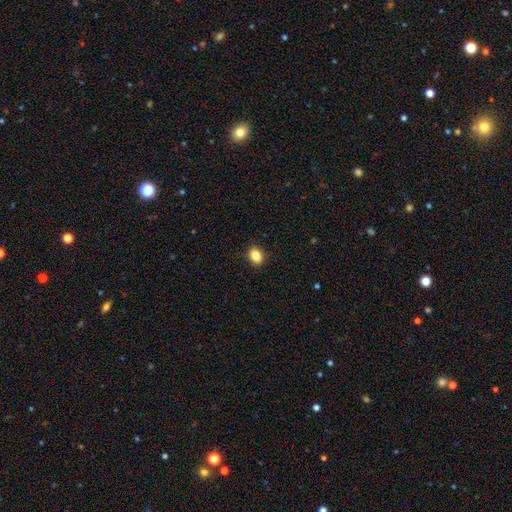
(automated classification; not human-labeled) The model was most divided on "how rounded": in between: 69%, round: 29%, cigar-shaped: 1%. More confident: merging — none (90%); smooth or featured — smooth (85%).